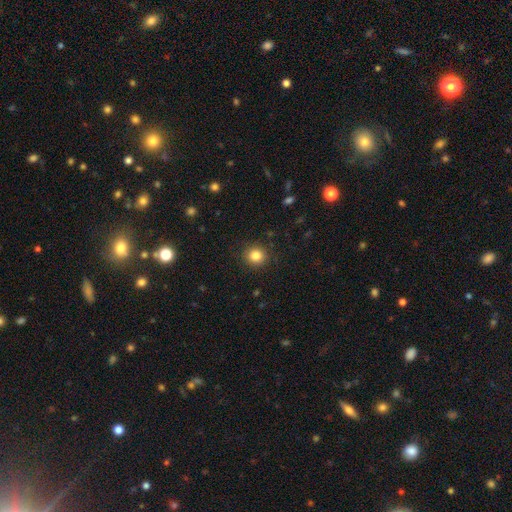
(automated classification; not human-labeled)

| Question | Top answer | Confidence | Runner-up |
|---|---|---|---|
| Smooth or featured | smooth | 84% | star or artifact (11%) |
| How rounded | round | 89% | in between (10%) |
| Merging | none | 90% | minor disturbance (6%) |